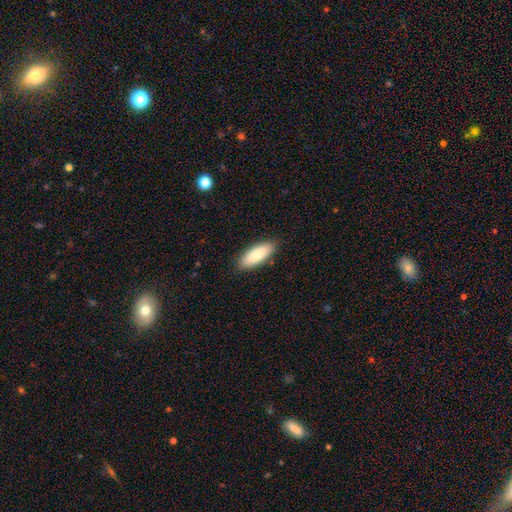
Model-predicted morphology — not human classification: Smooth or featured? Predicted: smooth (p=0.82). How rounded? Predicted: in between (p=0.71). Merging? Predicted: none (p=0.88).